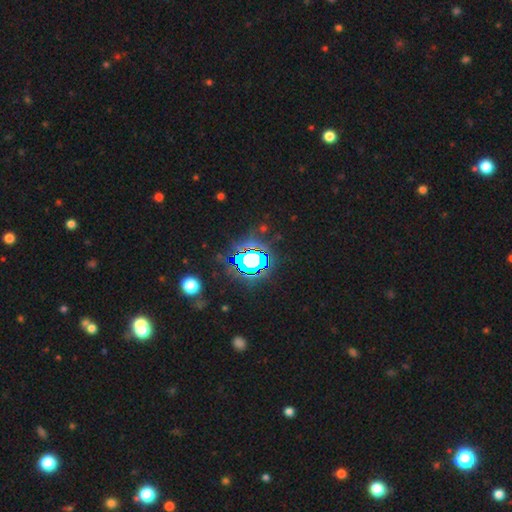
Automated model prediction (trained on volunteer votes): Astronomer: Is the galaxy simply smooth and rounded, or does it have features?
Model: star or artifact — 72%.